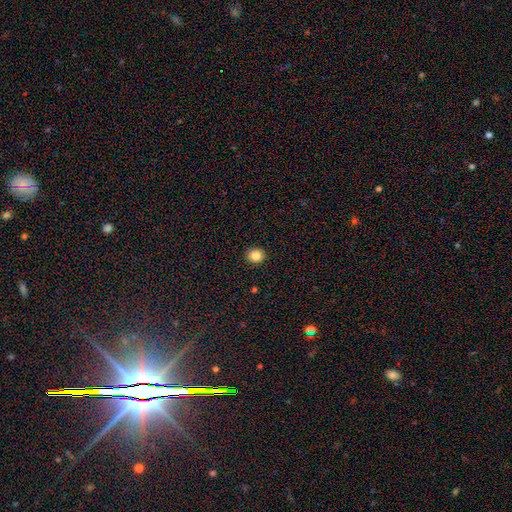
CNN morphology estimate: This is clearly a smooth galaxy (84%). How rounded: clearly round (80%). Merging: clearly none (92%).